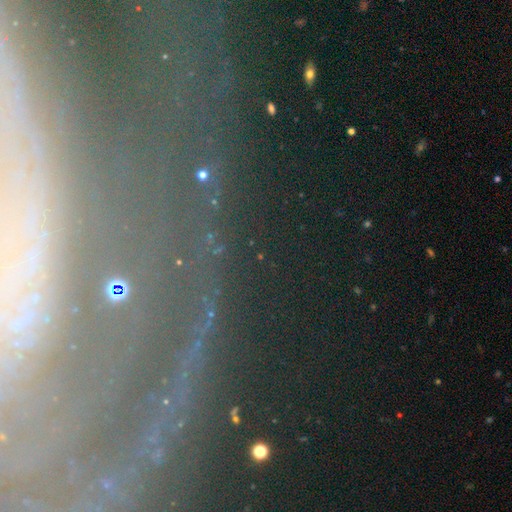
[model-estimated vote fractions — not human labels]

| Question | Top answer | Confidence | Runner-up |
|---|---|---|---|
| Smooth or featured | featured or disk | 44% | star or artifact (40%) |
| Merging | none | 77% | minor disturbance (11%) |